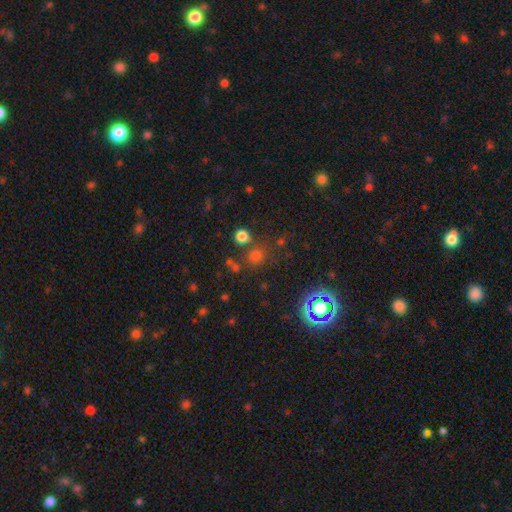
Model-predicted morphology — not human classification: The model was most divided on "smooth or featured": smooth: 58%, star or artifact: 35%, featured or disk: 7%. More confident: how rounded — round (90%); merging — none (76%).